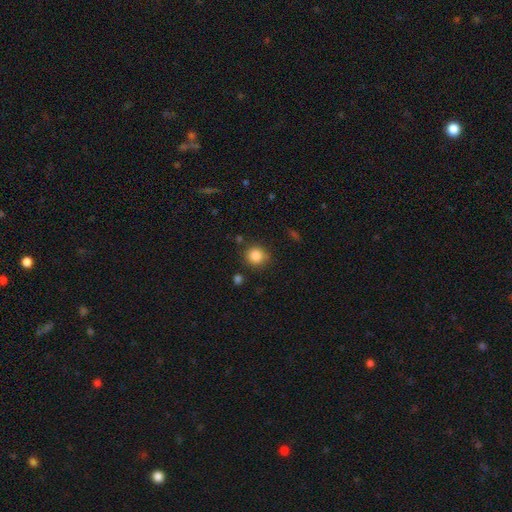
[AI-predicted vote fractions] Smooth or featured?
  - smooth: 86% *
  - star or artifact: 10%
  - featured or disk: 4%
How rounded?
  - round: 90% *
  - in between: 9%
  - cigar-shaped: 1%
Merging?
  - none: 81% *
  - minor disturbance: 12%
  - merger: 4%
  - major disturbance: 4%